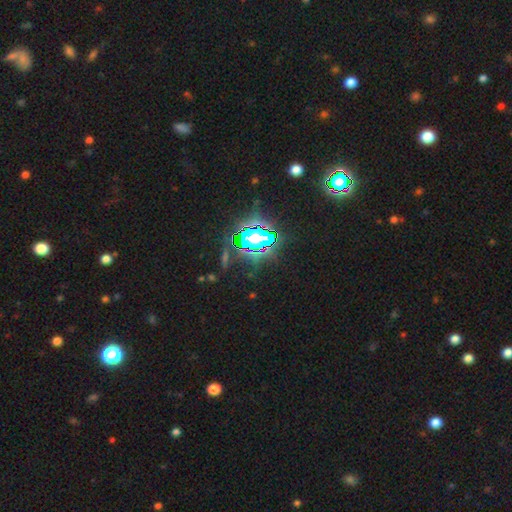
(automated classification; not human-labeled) smooth-or-featured: star or artifact: 81% | smooth: 11% | featured or disk: 8%